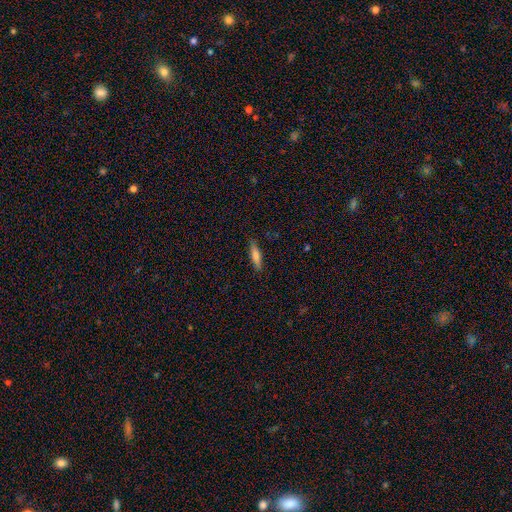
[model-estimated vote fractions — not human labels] Smooth or featured? smooth (72%)
How rounded? cigar-shaped (75%)
Merging? none (87%)